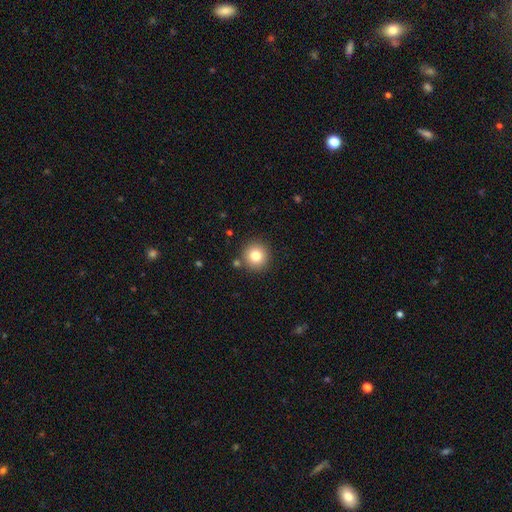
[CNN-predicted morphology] A smooth galaxy with no disk features (81%) that is round (95%).

Vote fractions:
- Smooth or featured? smooth: 81% / star or artifact: 11% / featured or disk: 8%
- How rounded? round: 95% / in between: 4% / cigar-shaped: 1%
- Merging? none: 87% / minor disturbance: 6% / merger: 5% / major disturbance: 2%